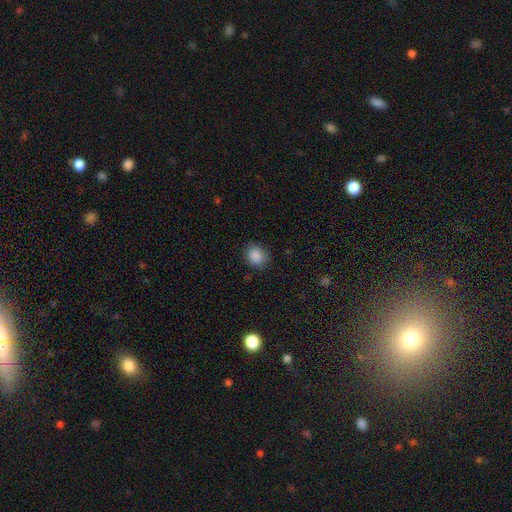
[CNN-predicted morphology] smooth 88%, star or artifact 9%, featured or disk 3%. Down the decision tree: how rounded — round (71%); merging — none (86%).